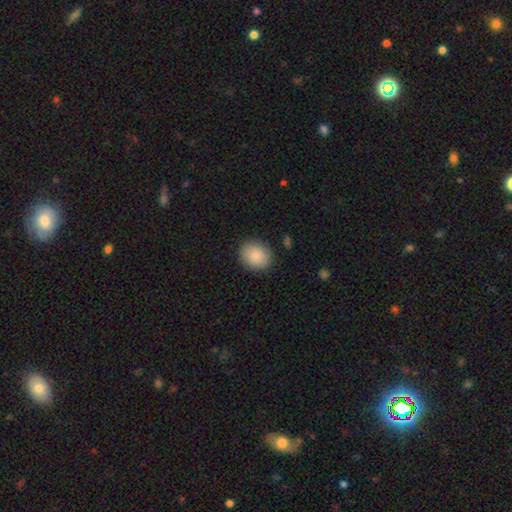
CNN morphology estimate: Smooth or featured? smooth (88%)
How rounded? round (62%)
Merging? none (88%)